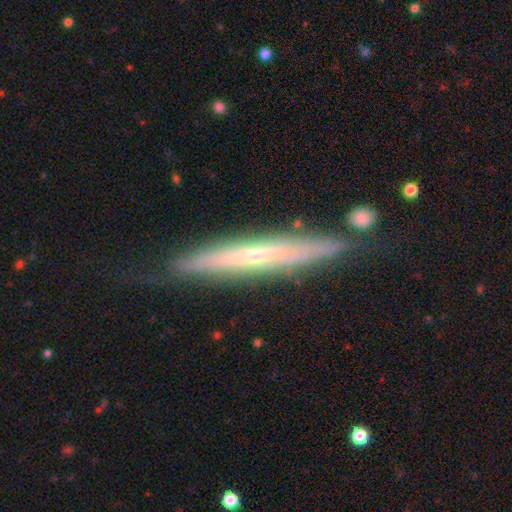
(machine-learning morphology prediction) Smooth or featured?
  - featured or disk: 70% *
  - smooth: 23%
  - star or artifact: 7%
Edge-on disk?
  - yes: 87% *
  - no: 13%
Edge-on bulge?
  - rounded: 52% *
  - none: 43%
  - boxy: 5%
Merging?
  - none: 73% *
  - minor disturbance: 18%
  - major disturbance: 5%
  - merger: 4%